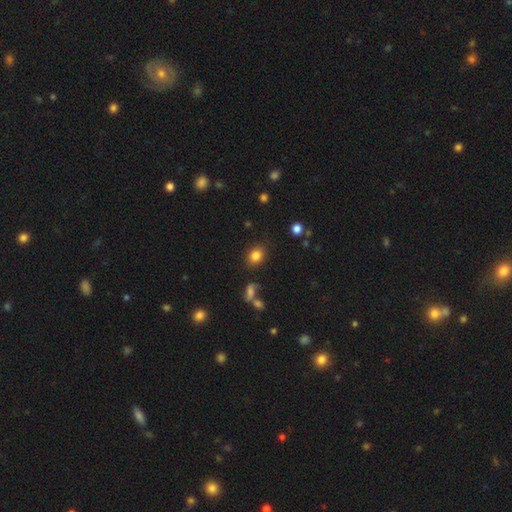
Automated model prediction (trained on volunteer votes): This appears to be a smooth galaxy with no disk features (83%) that is in between round and cigar-shaped (53%). Merging: none (81%).